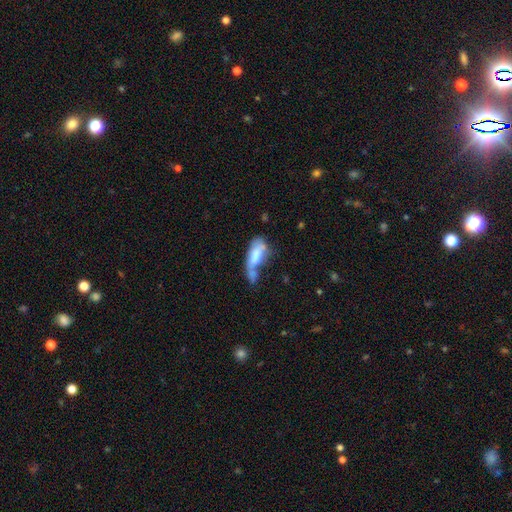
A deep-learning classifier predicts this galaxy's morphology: smooth_or_featured: smooth (p=0.60) [alt: featured or disk p=0.32]
how_rounded: in between (p=0.72) [alt: cigar-shaped p=0.25]
merging: merger (p=0.34) [alt: major disturbance p=0.25]